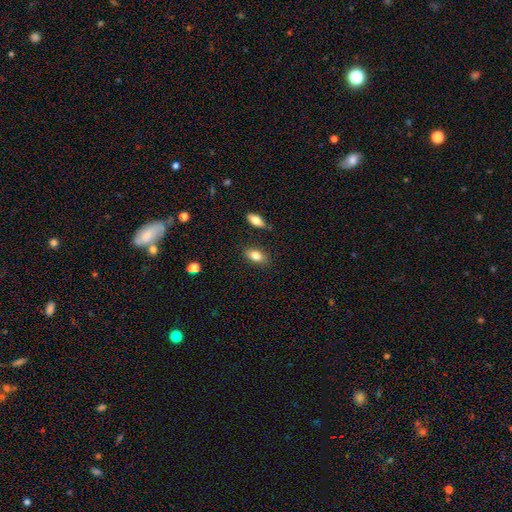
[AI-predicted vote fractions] Morphology: type=smooth (83%); roundness=in between (87%); merging=none (84%).